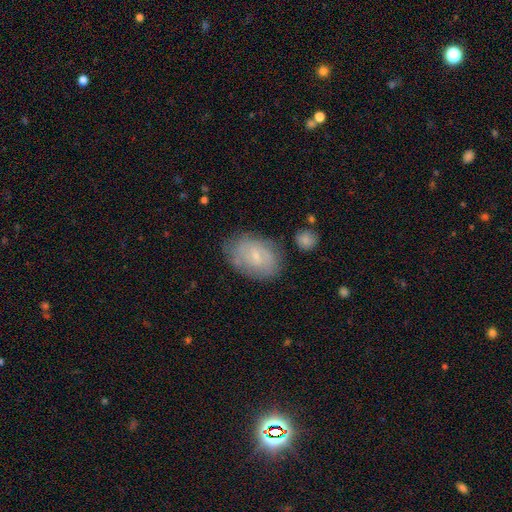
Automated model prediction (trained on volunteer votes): smooth_or_featured: smooth (p=0.49) [alt: featured or disk p=0.43]
merging: none (p=0.69) [alt: minor disturbance p=0.21]